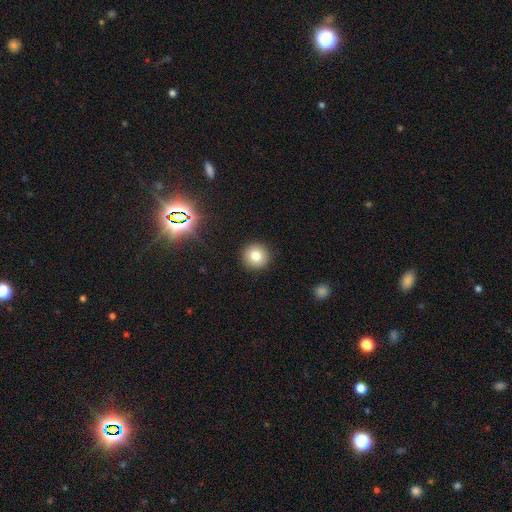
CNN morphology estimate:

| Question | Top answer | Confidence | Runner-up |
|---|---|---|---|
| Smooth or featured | smooth | 79% | star or artifact (12%) |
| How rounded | round | 94% | in between (5%) |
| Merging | none | 92% | minor disturbance (5%) |